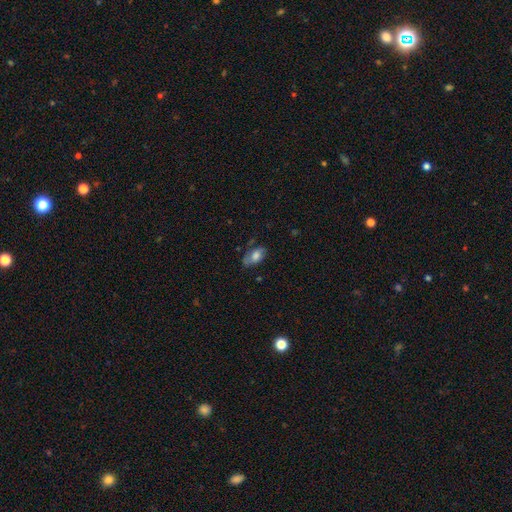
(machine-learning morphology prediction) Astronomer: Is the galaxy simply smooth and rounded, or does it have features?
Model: smooth — 66%.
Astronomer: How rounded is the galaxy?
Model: in between — 91%.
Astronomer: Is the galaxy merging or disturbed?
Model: none — 55% (runner-up: minor disturbance, 30%).